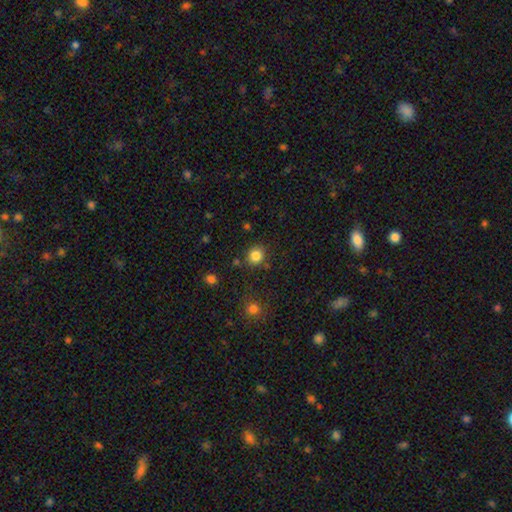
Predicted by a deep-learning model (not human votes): Smooth or featured: smooth — 84% (star or artifact — 12%)
How rounded: round — 86% (in between — 13%)
Merging: none — 84% (minor disturbance — 9%)